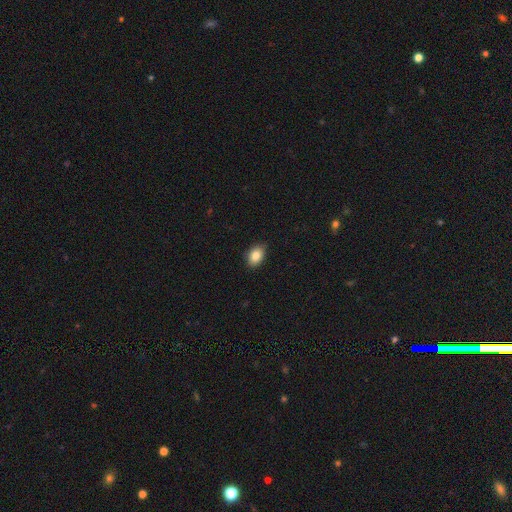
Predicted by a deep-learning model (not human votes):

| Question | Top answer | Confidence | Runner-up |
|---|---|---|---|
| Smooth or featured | smooth | 84% | star or artifact (8%) |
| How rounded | in between | 83% | round (16%) |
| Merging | none | 85% | minor disturbance (13%) |